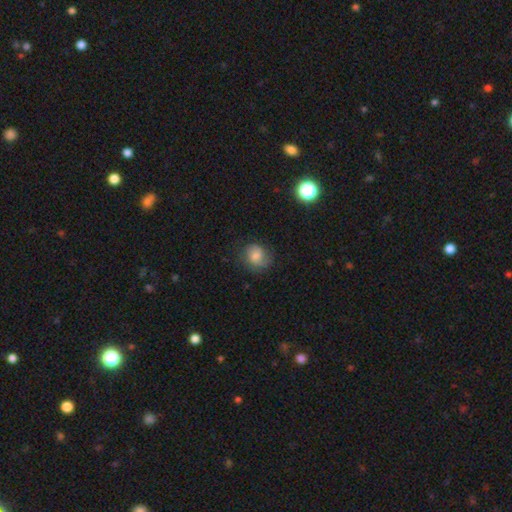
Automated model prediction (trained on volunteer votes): Smooth or featured?
  - smooth: 62% *
  - featured or disk: 27%
  - star or artifact: 11%
How rounded?
  - round: 75% *
  - in between: 24%
  - cigar-shaped: 1%
Merging?
  - none: 71% *
  - minor disturbance: 20%
  - major disturbance: 8%
  - merger: 1%